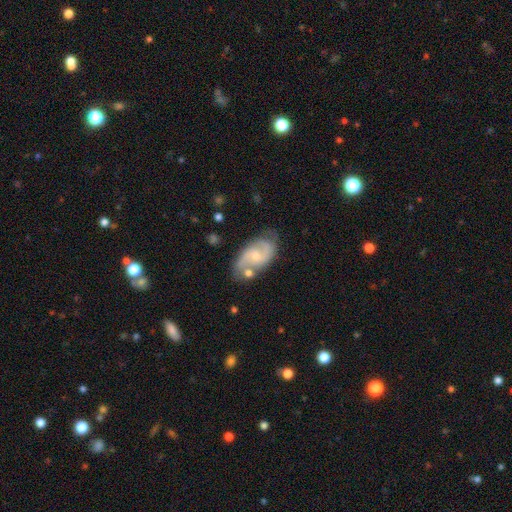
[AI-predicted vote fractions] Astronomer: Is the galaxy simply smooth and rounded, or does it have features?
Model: featured or disk — 76%.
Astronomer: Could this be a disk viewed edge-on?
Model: no — 96%.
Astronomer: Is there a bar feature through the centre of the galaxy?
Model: no — 57% (runner-up: weak, 37%).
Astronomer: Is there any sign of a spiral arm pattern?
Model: yes — 94%.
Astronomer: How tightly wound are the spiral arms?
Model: medium — 50% (runner-up: loose, 28%).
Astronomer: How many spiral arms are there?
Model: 2 — 84%.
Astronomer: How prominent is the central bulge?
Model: small — 61%.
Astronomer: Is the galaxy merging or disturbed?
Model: none — 65%.